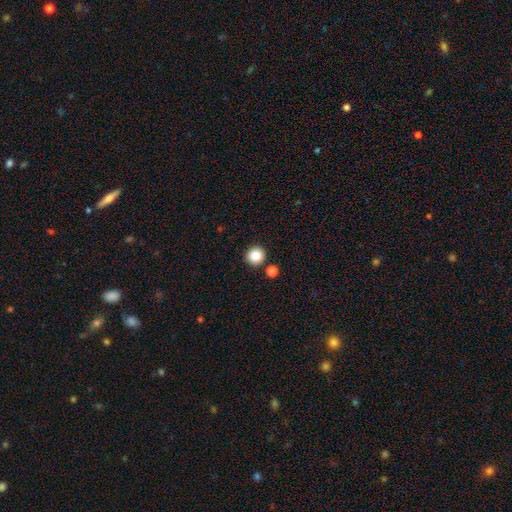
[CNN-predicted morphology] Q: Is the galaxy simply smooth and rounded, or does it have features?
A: smooth — 86%.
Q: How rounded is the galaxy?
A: round — 94%.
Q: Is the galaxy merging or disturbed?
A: none — 85%.